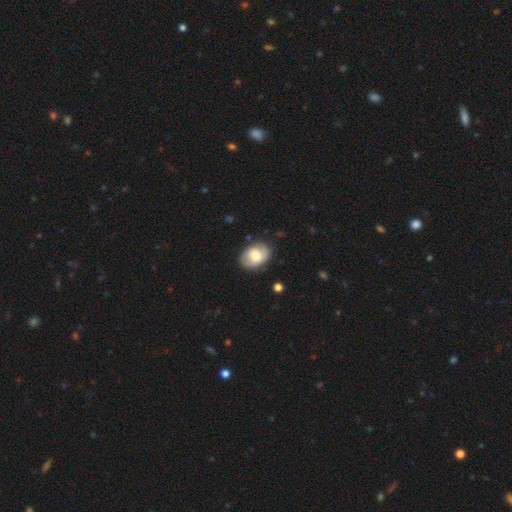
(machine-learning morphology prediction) smooth-or-featured: smooth: 72% | featured or disk: 21% | star or artifact: 7%
  how-rounded: in between: 78% | round: 21% | cigar-shaped: 1%
  merging: none: 81% | minor disturbance: 14% | major disturbance: 3% | merger: 1%